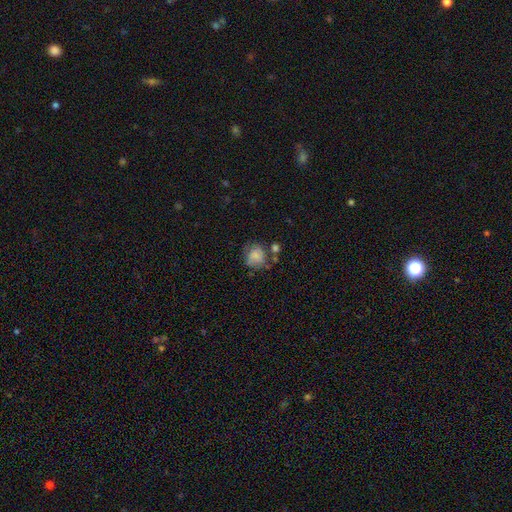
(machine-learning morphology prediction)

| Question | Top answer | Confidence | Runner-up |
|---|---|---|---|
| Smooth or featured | smooth | 73% | featured or disk (18%) |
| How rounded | round | 74% | in between (25%) |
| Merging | none | 52% | minor disturbance (26%) |